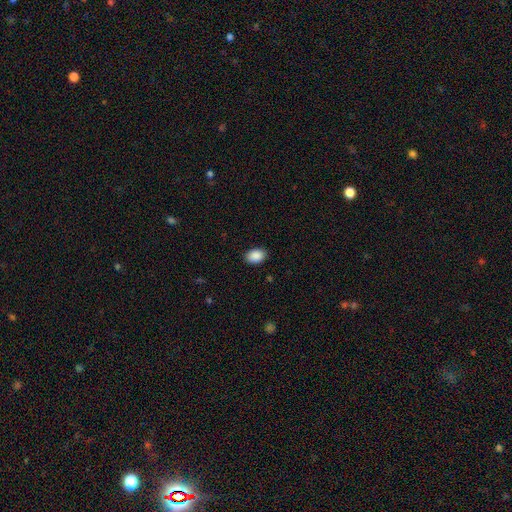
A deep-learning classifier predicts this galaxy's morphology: The model was most divided on "how rounded": in between: 85%, round: 14%, cigar-shaped: 1%. More confident: smooth or featured — smooth (90%); merging — none (89%).